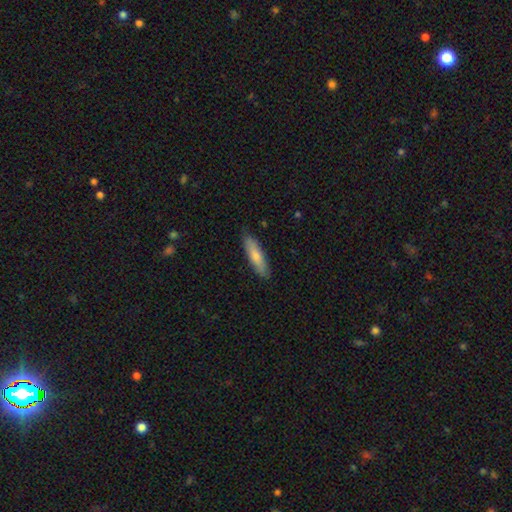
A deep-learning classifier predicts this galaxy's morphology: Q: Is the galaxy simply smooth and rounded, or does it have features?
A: smooth — 76%.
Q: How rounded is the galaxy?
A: cigar-shaped — 74%.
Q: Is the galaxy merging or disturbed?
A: none — 86%.